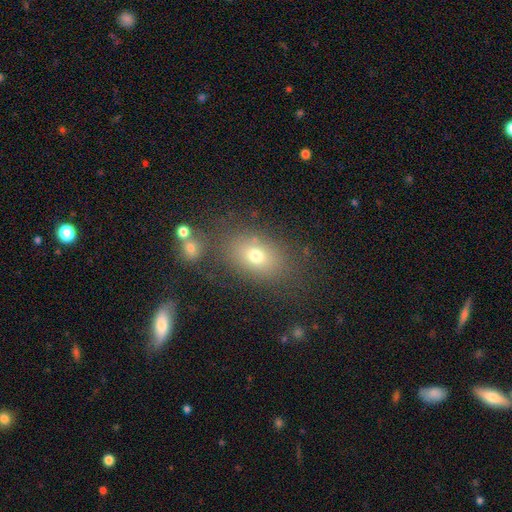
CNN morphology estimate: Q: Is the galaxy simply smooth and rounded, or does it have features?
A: smooth — 71%.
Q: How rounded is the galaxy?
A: in between — 77%.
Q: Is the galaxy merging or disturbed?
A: none — 75%.